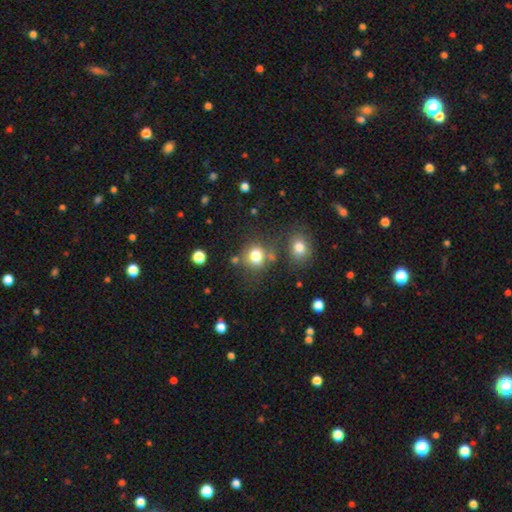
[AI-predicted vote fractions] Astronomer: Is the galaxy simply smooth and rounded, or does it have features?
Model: smooth — 78%.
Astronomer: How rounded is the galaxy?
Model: round — 80%.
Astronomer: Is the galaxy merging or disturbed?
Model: none — 66%.